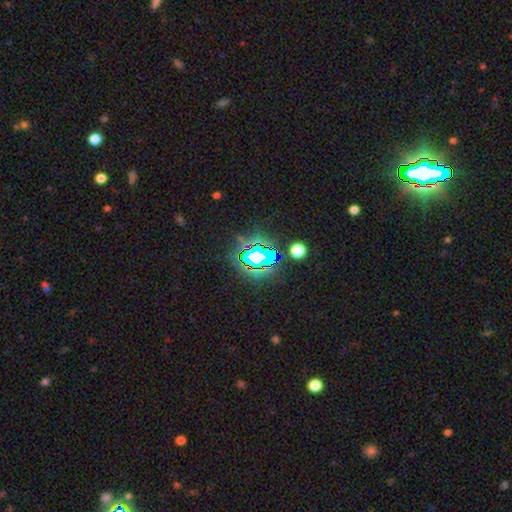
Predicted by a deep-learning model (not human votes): The model was most divided on "smooth or featured": star or artifact: 71%, smooth: 16%, featured or disk: 13%.